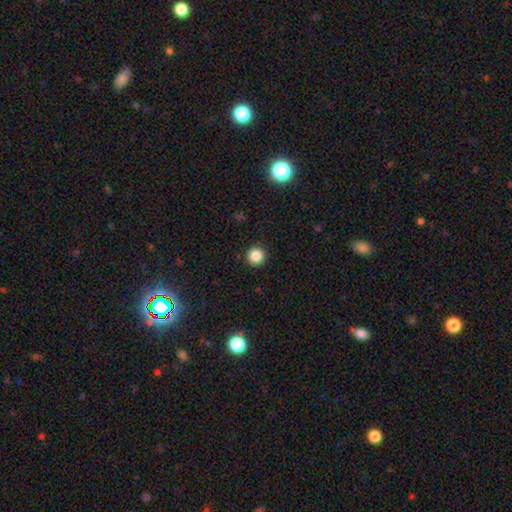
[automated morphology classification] Smooth or featured? smooth (86%)
How rounded? round (96%)
Merging? none (93%)